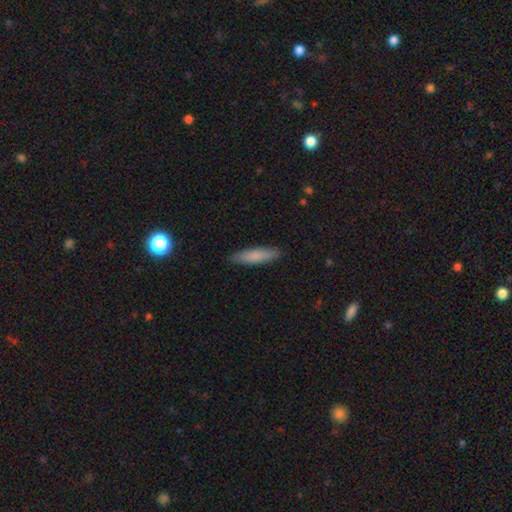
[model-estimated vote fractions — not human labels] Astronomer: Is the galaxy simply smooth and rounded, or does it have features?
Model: smooth — 81%.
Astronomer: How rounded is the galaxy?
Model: cigar-shaped — 76%.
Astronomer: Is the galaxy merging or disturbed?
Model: none — 89%.